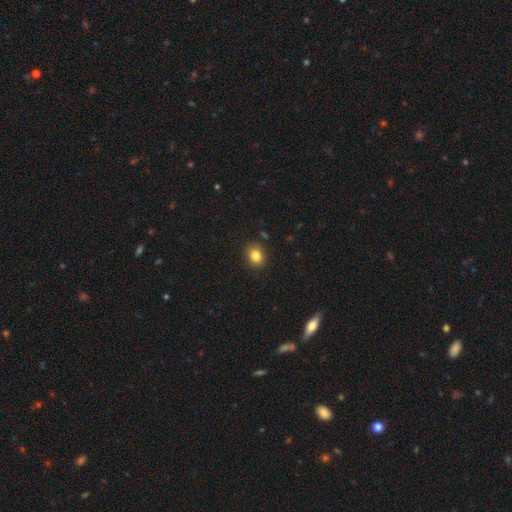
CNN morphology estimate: The model was most divided on "how rounded": round: 51%, in between: 48%, cigar-shaped: 1%. More confident: merging — none (88%); smooth or featured — smooth (83%).